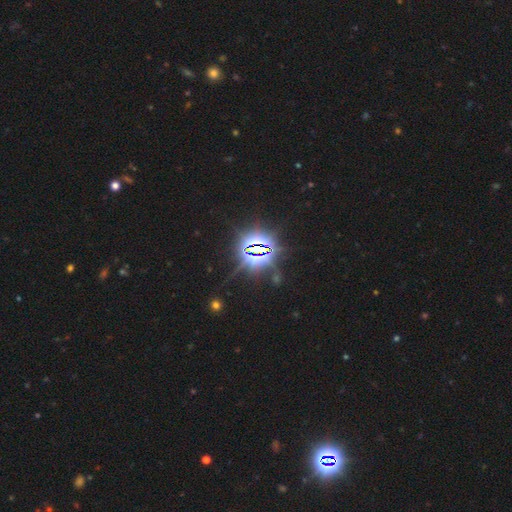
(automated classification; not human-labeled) Overall: star or artifact (85%).